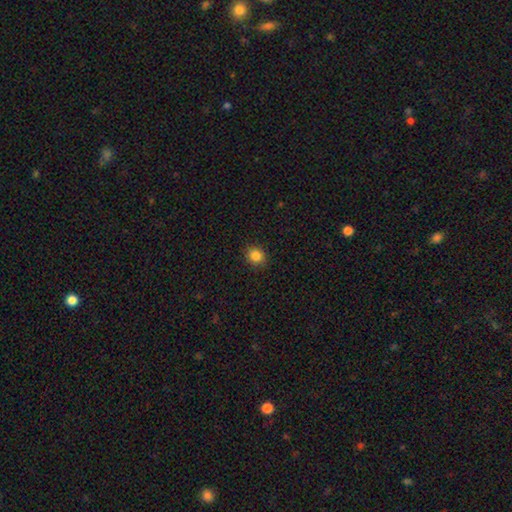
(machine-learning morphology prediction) smooth 85%, star or artifact 11%, featured or disk 4%. Down the decision tree: how rounded — round (77%); merging — none (90%).